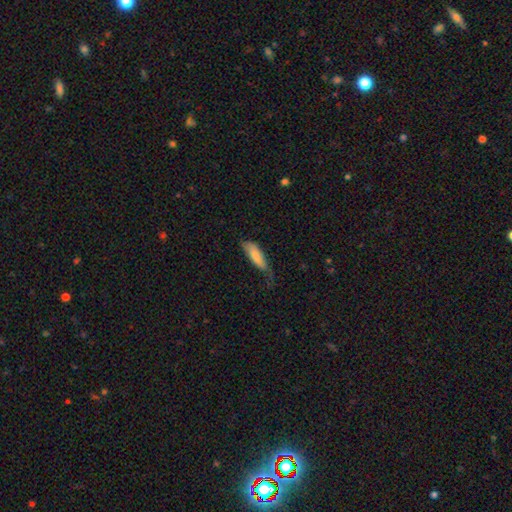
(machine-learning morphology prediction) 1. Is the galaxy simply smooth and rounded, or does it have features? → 78% smooth, 17% featured or disk, 5% star or artifact.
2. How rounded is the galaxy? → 59% in between, 39% cigar-shaped, 2% round.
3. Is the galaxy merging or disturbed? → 42% none, 39% minor disturbance, 16% major disturbance, 2% merger.